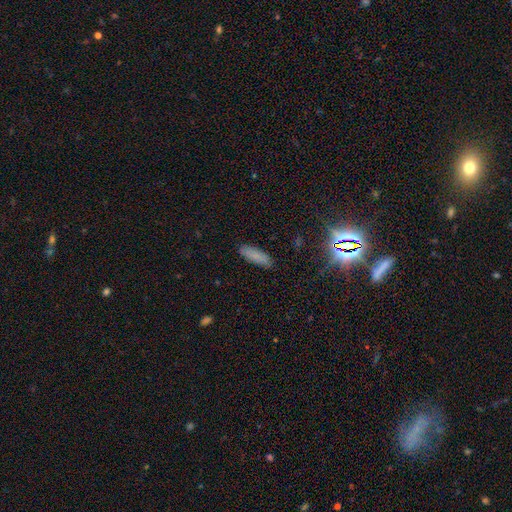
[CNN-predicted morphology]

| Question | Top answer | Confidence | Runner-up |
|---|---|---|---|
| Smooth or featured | smooth | 78% | star or artifact (12%) |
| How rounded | in between | 50% | cigar-shaped (48%) |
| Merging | none | 86% | minor disturbance (11%) |